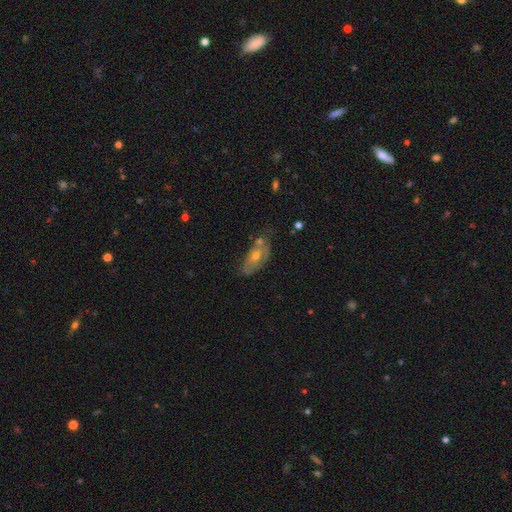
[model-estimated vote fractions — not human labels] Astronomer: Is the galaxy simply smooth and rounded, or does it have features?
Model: featured or disk — 49% (runner-up: smooth, 43%).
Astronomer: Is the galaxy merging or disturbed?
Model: none — 49% (runner-up: minor disturbance, 28%).